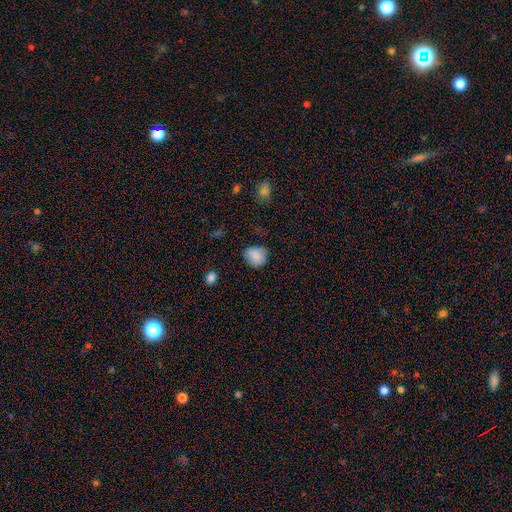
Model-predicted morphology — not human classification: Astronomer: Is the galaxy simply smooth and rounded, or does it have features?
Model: smooth — 83%.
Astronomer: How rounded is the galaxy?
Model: round — 69%.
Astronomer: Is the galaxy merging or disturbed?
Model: none — 69%.